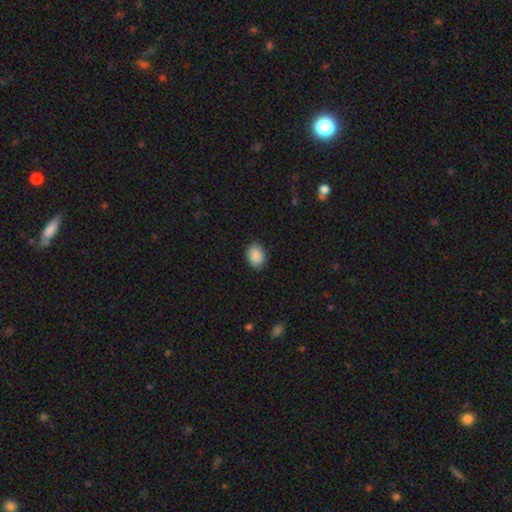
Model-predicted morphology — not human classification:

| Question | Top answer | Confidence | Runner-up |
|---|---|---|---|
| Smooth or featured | smooth | 89% | star or artifact (7%) |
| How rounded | in between | 68% | round (31%) |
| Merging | none | 85% | minor disturbance (12%) |